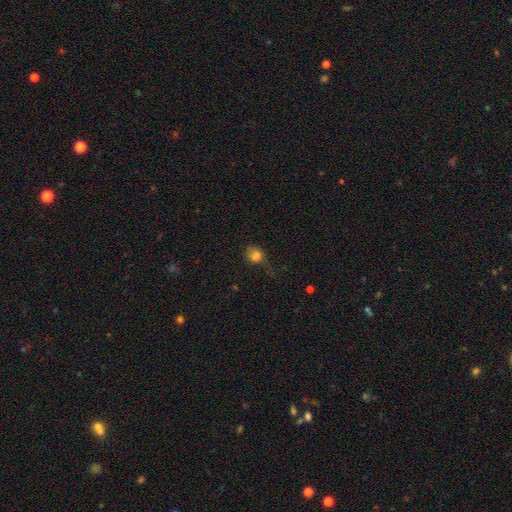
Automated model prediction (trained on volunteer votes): Smooth or featured: smooth — 78% (star or artifact — 13%)
How rounded: round — 63% (in between — 35%)
Merging: none — 42% (minor disturbance — 32%)